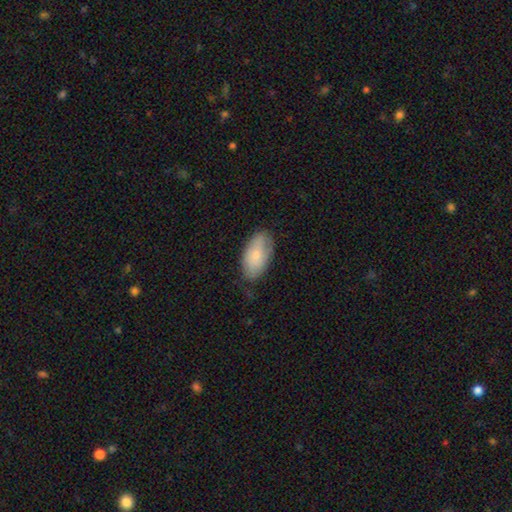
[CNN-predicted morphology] smooth 72%, featured or disk 22%, star or artifact 6%. Down the decision tree: how rounded — in between (94%); merging — none (72%).